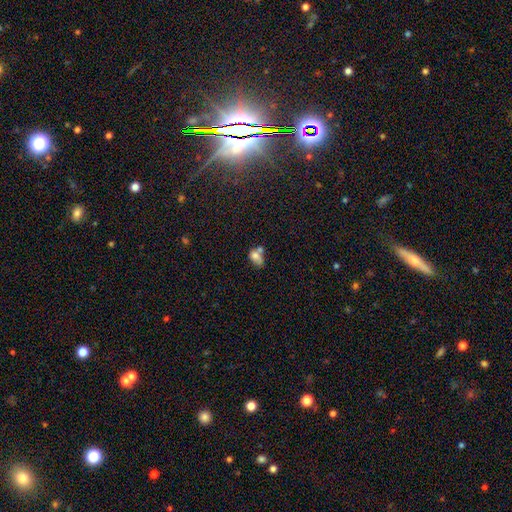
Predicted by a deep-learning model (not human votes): smooth 70%, featured or disk 20%, star or artifact 11%. Down the decision tree: how rounded — in between (73%); merging — merger (51%).